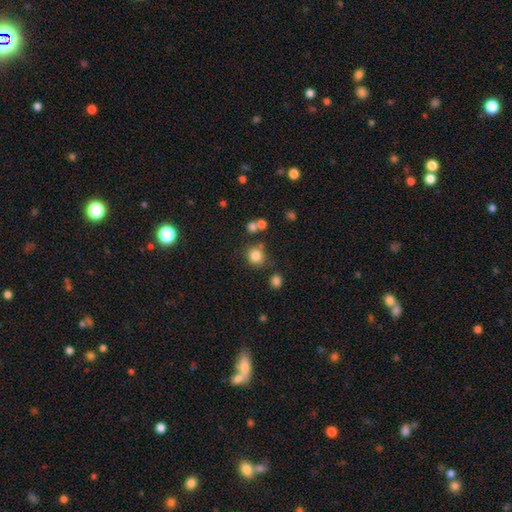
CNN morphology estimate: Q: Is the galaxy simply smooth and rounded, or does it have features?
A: smooth — 82%.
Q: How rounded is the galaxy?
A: round — 87%.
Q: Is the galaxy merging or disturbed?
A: none — 75%.